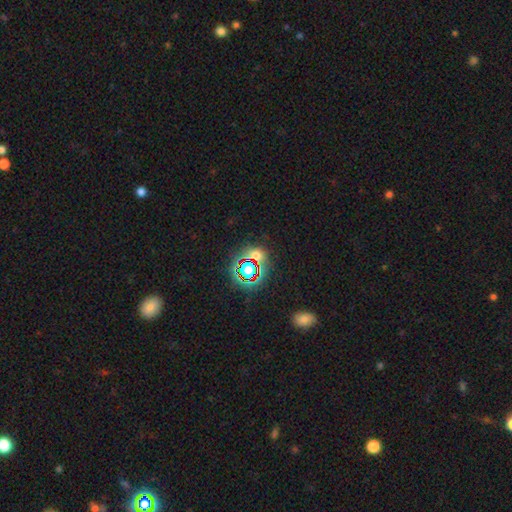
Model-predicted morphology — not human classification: This appears to be a star or artifact, not a galaxy (55%).